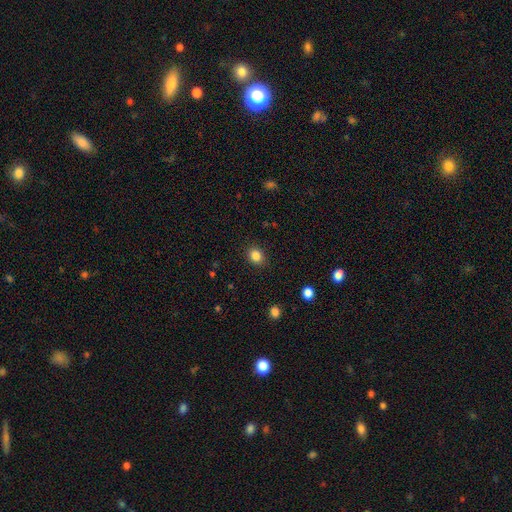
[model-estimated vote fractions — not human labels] smooth_or_featured: smooth (p=0.85) [alt: star or artifact p=0.11]
how_rounded: round (p=0.60) [alt: in between p=0.39]
merging: none (p=0.88) [alt: minor disturbance p=0.08]